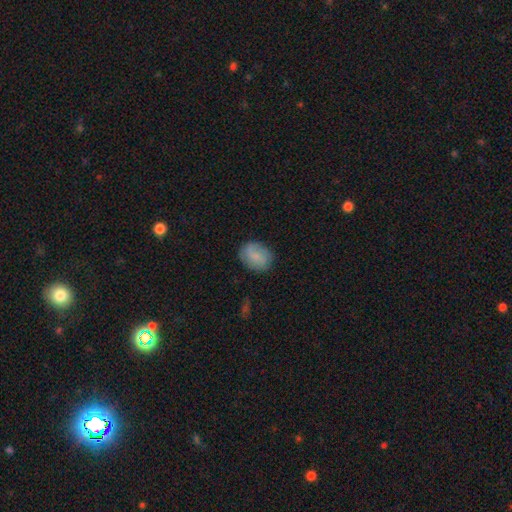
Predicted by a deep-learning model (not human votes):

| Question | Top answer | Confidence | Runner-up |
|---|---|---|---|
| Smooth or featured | smooth | 74% | featured or disk (18%) |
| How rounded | in between | 52% | round (47%) |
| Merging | none | 78% | minor disturbance (16%) |